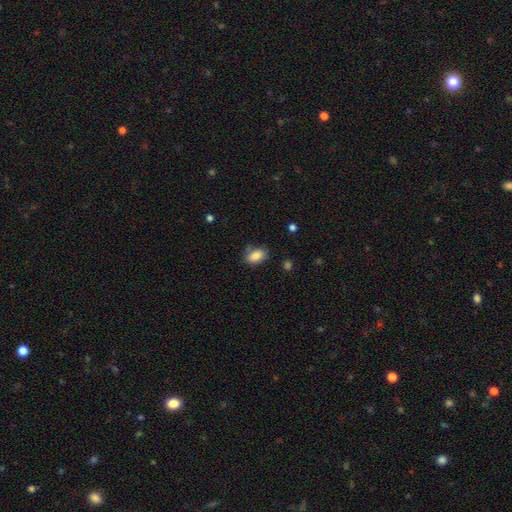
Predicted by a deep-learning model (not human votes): smooth 85%, star or artifact 8%, featured or disk 7%. Down the decision tree: how rounded — in between (89%); merging — none (73%).